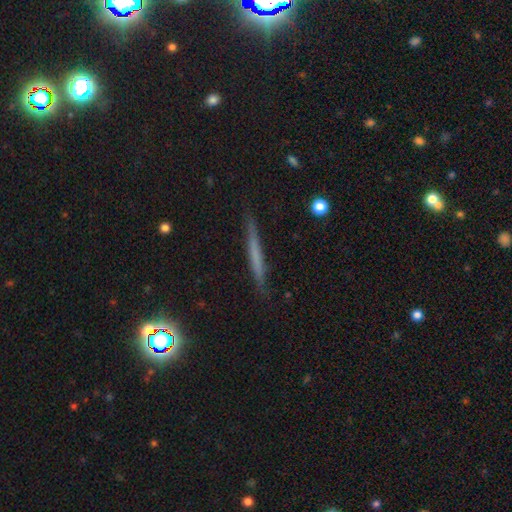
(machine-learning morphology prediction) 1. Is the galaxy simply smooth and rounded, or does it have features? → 49% smooth, 42% featured or disk, 10% star or artifact.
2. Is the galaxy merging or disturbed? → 88% none, 9% minor disturbance, 2% major disturbance, 1% merger.